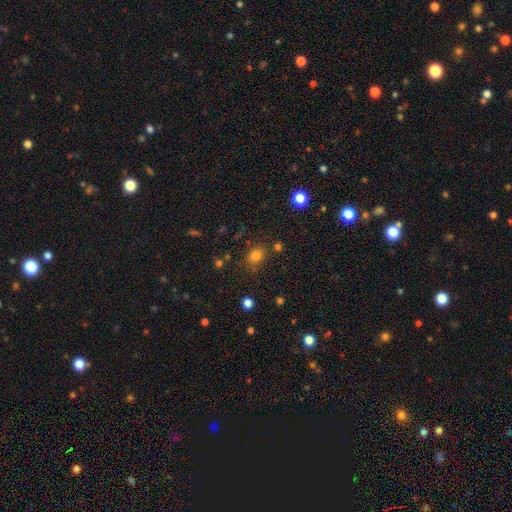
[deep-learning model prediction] The model was most divided on "how rounded": in between: 50%, round: 49%, cigar-shaped: 1%. More confident: smooth or featured — smooth (78%); merging — none (77%).